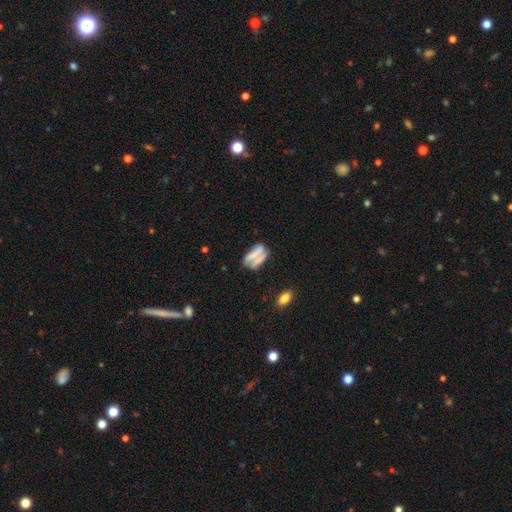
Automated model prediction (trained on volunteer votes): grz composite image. It shows a smooth galaxy with no disk features (48%). Merging: none (43%).